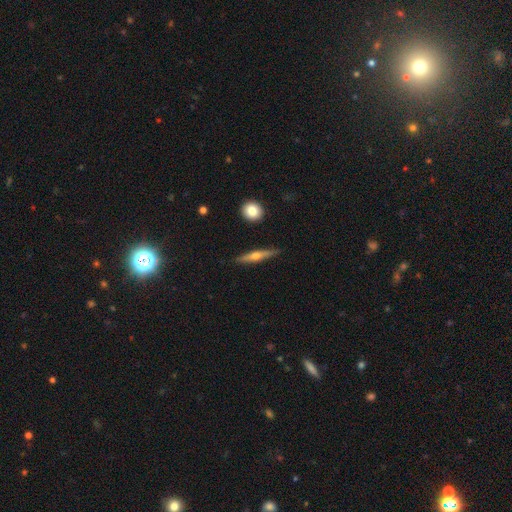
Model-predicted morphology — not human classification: This is possibly a featured or disk galaxy (59%). It is clearly viewed edge-on (95%). Edge-on bulge: clearly rounded (90%). Merging: clearly none (86%).